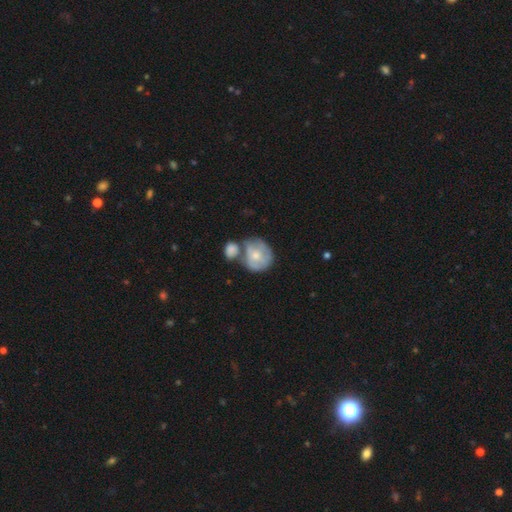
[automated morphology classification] type=smooth (53%); roundness=round (77%); merging=merger (37%).